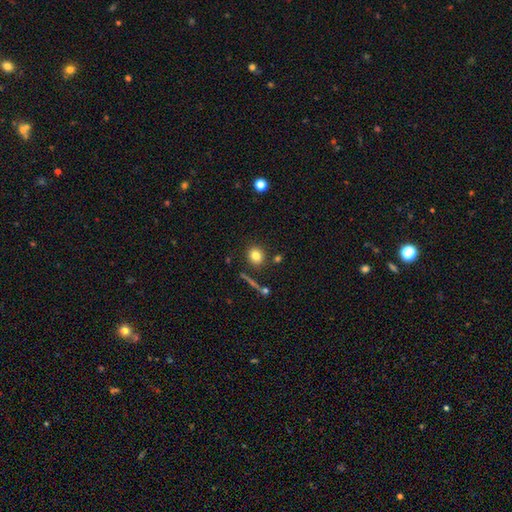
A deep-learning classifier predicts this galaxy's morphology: smooth_or_featured: smooth (p=0.81) [alt: star or artifact p=0.11]
how_rounded: round (p=0.77) [alt: in between p=0.21]
merging: none (p=0.83) [alt: minor disturbance p=0.08]